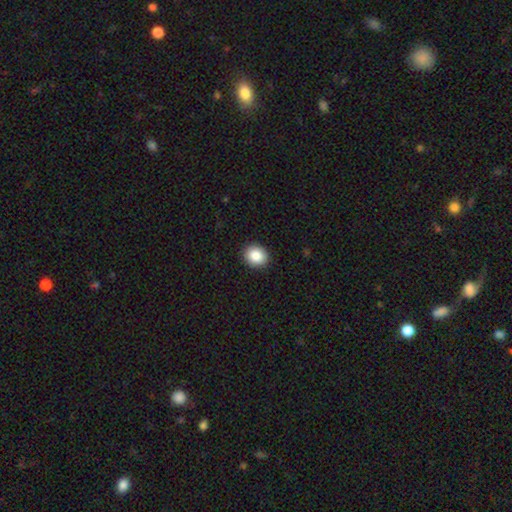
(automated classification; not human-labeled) Smooth or featured: smooth — 88% (star or artifact — 8%)
How rounded: round — 67% (in between — 32%)
Merging: none — 91% (minor disturbance — 6%)